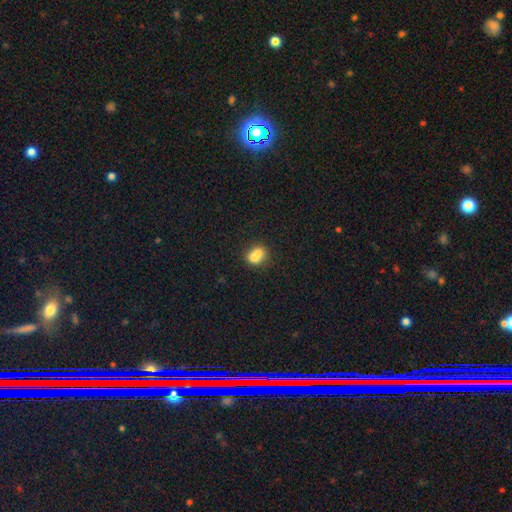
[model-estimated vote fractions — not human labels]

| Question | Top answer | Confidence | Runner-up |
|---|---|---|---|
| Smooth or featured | smooth | 76% | featured or disk (14%) |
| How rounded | in between | 60% | round (37%) |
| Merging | none | 42% | merger (39%) |